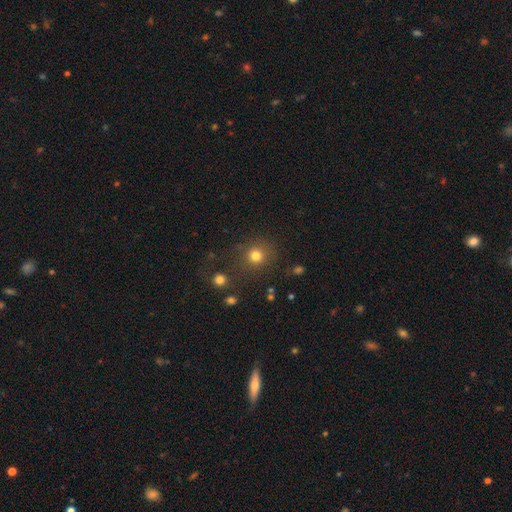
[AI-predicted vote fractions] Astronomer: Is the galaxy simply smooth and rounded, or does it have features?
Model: smooth — 78%.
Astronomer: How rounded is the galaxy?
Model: round — 90%.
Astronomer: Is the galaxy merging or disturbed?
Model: none — 81%.